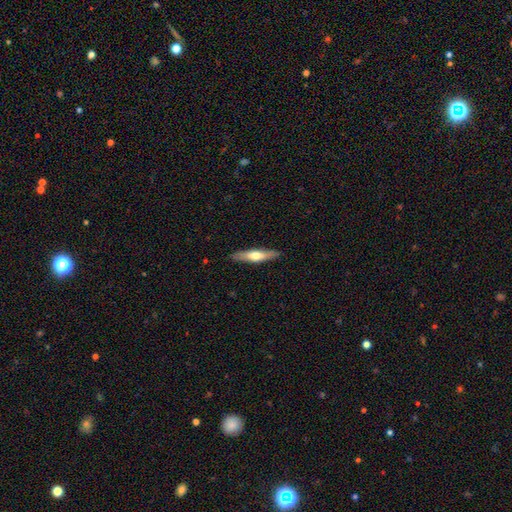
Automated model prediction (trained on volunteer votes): Smooth or featured: smooth — 50% (featured or disk — 44%)
How rounded: cigar-shaped — 79% (in between — 19%)
Merging: none — 88% (minor disturbance — 9%)